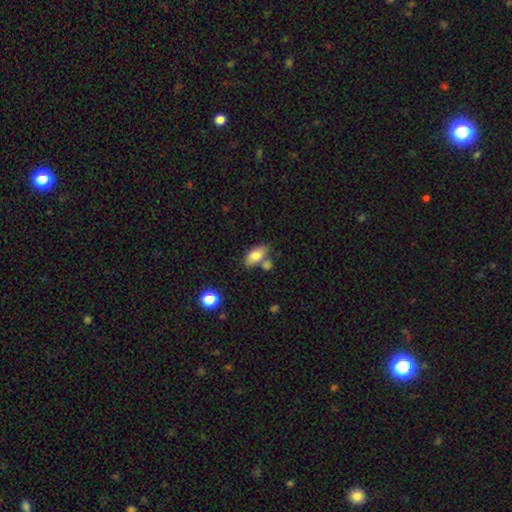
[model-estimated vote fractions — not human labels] Q: Smooth or featured?
A: smooth (79%); runner-up: featured or disk (14%)
Q: How rounded?
A: in between (89%); runner-up: cigar-shaped (6%)
Q: Merging?
A: none (60%); runner-up: merger (20%)